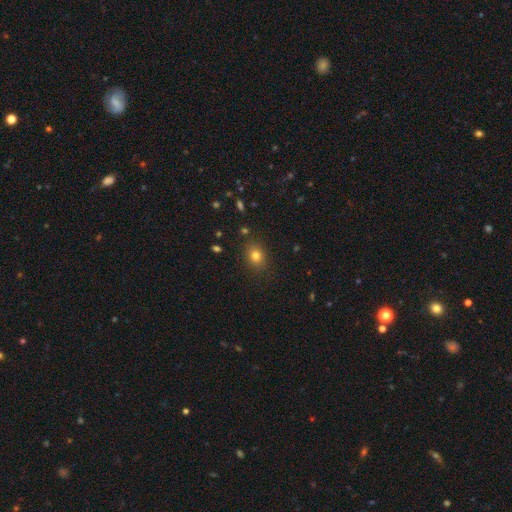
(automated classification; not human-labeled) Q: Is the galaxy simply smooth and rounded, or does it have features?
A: smooth — 78%.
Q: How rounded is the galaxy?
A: in between — 50%.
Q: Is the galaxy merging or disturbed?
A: none — 85%.